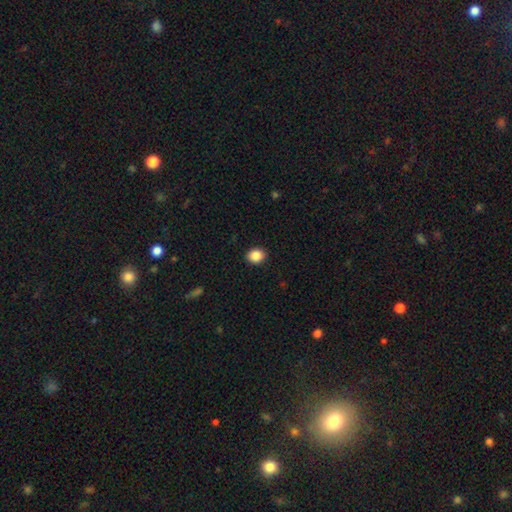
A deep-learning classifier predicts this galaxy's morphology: smooth 87%, star or artifact 9%, featured or disk 3%. Down the decision tree: how rounded — round (63%); merging — none (91%).